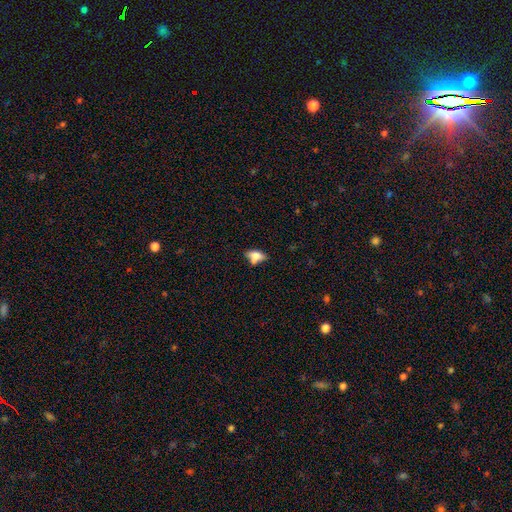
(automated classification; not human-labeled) A smooth galaxy with no disk features (67%) that is in between round and cigar-shaped (82%).

Vote fractions:
- Smooth or featured? smooth: 67% / featured or disk: 23% / star or artifact: 10%
- How rounded? in between: 82% / cigar-shaped: 10% / round: 8%
- Merging? none: 47% / merger: 23% / minor disturbance: 21% / major disturbance: 9%